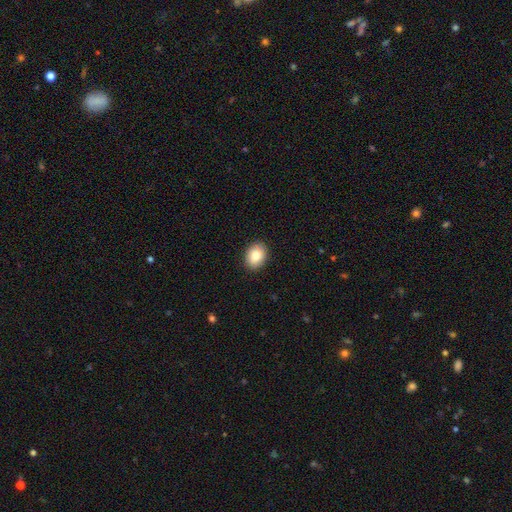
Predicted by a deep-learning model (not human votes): Q: Smooth or featured?
A: smooth (86%); runner-up: star or artifact (8%)
Q: How rounded?
A: in between (66%); runner-up: round (33%)
Q: Merging?
A: none (90%); runner-up: minor disturbance (7%)